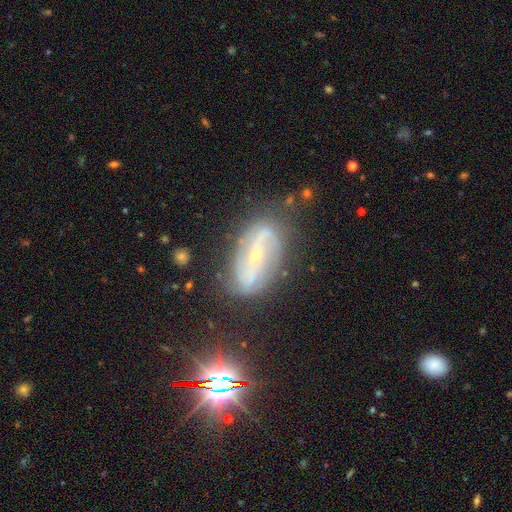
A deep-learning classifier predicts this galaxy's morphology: smooth-or-featured: featured or disk: 81% | star or artifact: 10% | smooth: 9%
  disk-edge-on: no: 92% | yes: 8%
    bar: strong: 38% | no: 32% | weak: 30%
    has-spiral-arms: yes: 90% | no: 10%
      spiral-winding: medium: 38% | loose: 36% | tight: 26%
      spiral-arm-count: 2: 80% | can't tell: 11% | 3: 3% | 1: 2% | 4: 2% | more than 4: 2%
    bulge-size: small: 74% | moderate: 23% | none: 1% | large: 1% | dominant: 1%
  merging: none: 74% | minor disturbance: 18% | major disturbance: 6% | merger: 2%